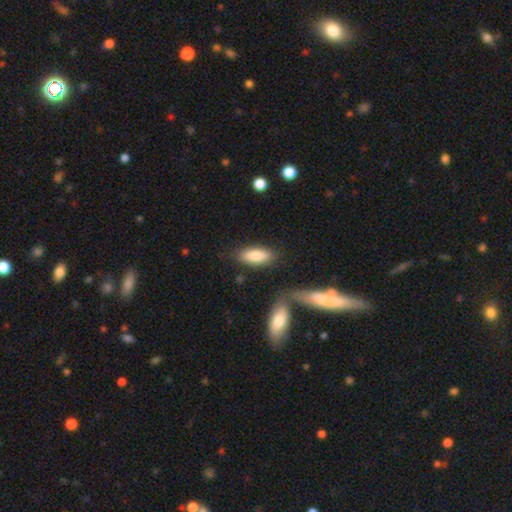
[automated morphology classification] Smooth or featured: smooth — 85% (featured or disk — 9%)
How rounded: in between — 80% (cigar-shaped — 18%)
Merging: none — 74% (minor disturbance — 13%)